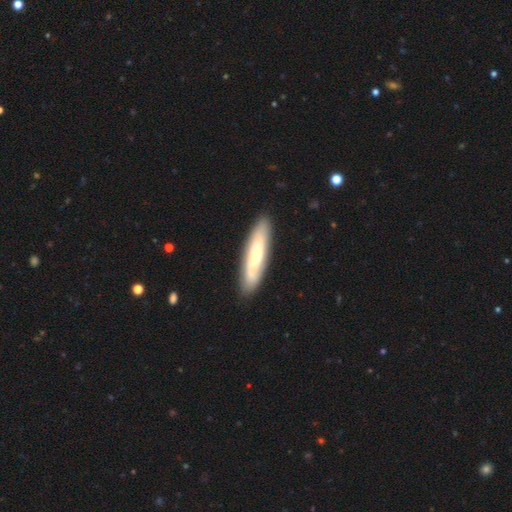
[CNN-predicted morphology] This is possibly a featured or disk galaxy (50%). Merging: clearly none (87%).